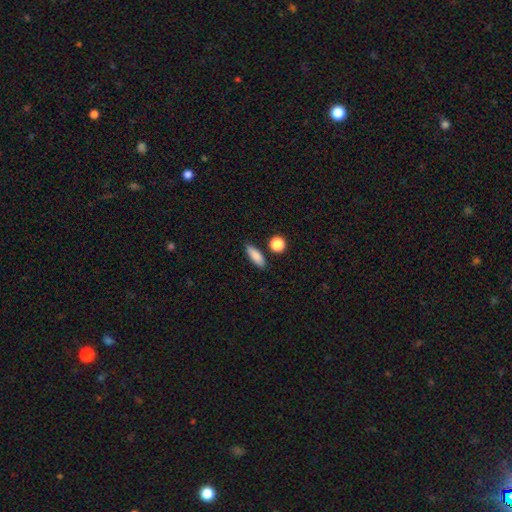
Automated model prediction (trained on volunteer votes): Smooth or featured: smooth — 85% (star or artifact — 7%)
How rounded: in between — 63% (cigar-shaped — 32%)
Merging: none — 83% (minor disturbance — 10%)